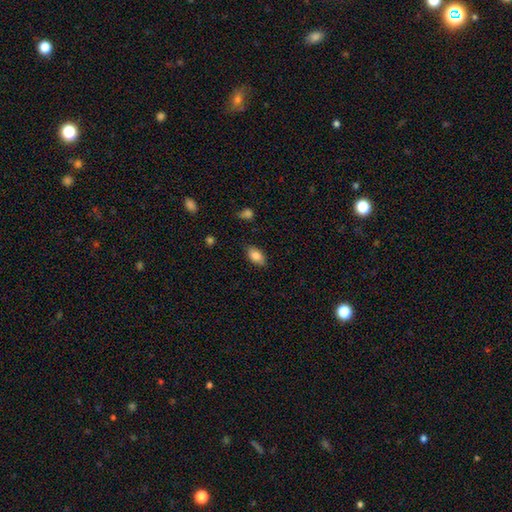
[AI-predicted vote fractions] Smooth or featured?
  - smooth: 84% *
  - featured or disk: 8%
  - star or artifact: 8%
How rounded?
  - in between: 91% *
  - round: 6%
  - cigar-shaped: 3%
Merging?
  - none: 83% *
  - minor disturbance: 13%
  - major disturbance: 3%
  - merger: 1%